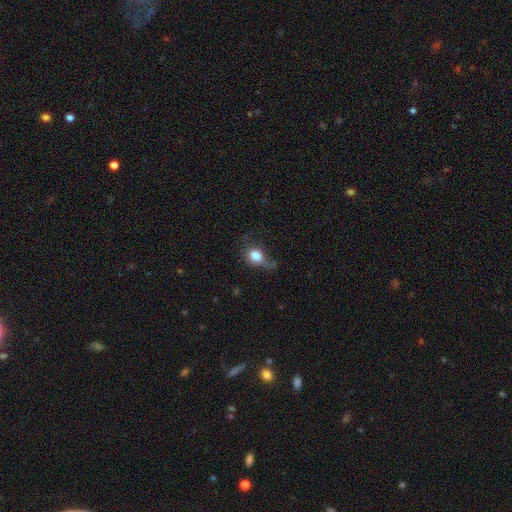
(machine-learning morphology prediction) Smooth or featured?
  - smooth: 79% *
  - featured or disk: 11%
  - star or artifact: 10%
How rounded?
  - round: 58% *
  - in between: 40%
  - cigar-shaped: 2%
Merging?
  - none: 38% *
  - minor disturbance: 33%
  - major disturbance: 24%
  - merger: 5%